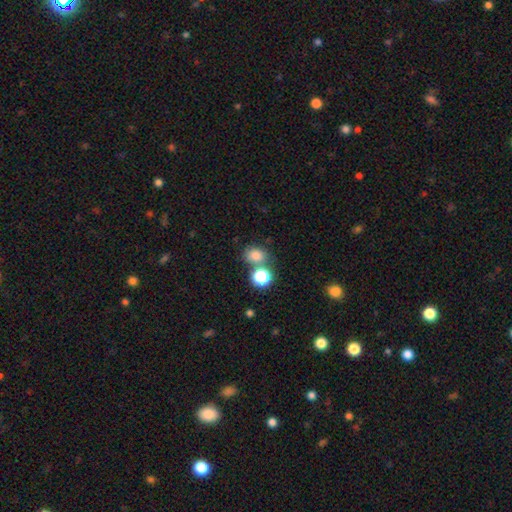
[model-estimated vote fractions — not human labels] The model was most divided on "how rounded": round: 53%, in between: 46%, cigar-shaped: 1%. More confident: smooth or featured — smooth (76%); merging — none (60%).